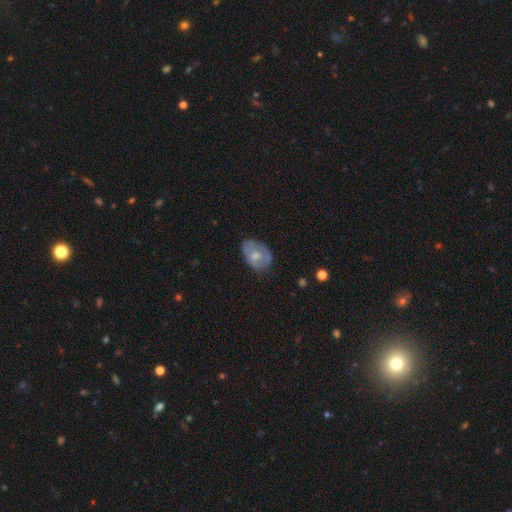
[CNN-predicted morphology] Smooth or featured? Predicted: smooth (p=0.53). How rounded? Predicted: in between (p=0.79). Merging? Predicted: none (p=0.54).